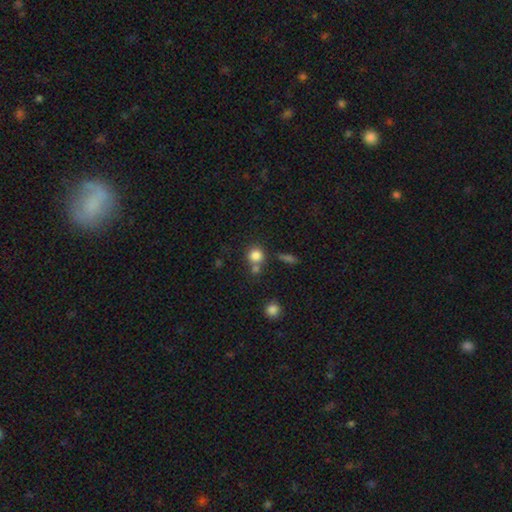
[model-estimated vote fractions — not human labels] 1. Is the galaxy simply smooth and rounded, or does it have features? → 82% smooth, 11% star or artifact, 7% featured or disk.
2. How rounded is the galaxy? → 88% round, 11% in between, 1% cigar-shaped.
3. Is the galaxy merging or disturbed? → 58% none, 28% merger, 10% minor disturbance, 4% major disturbance.